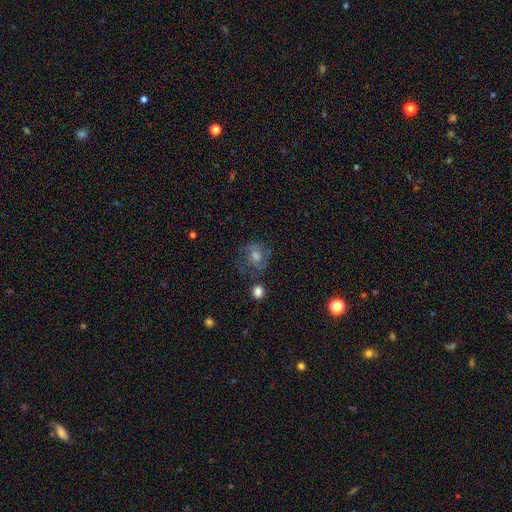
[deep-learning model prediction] Smooth or featured? featured or disk (44%)
Merging? none (67%)